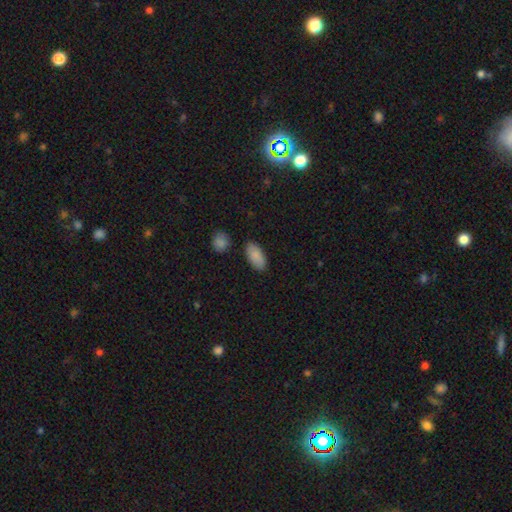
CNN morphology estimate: Overall: smooth (88%). How rounded: in between (92%). Merging: none (85%).